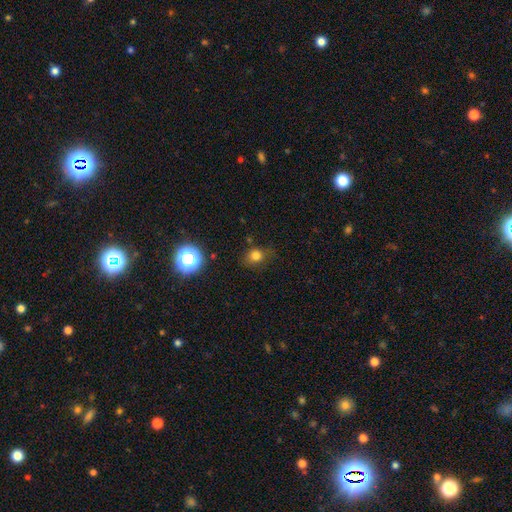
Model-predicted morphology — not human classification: A smooth galaxy with no disk features (77%) that is round (71%). Merging: none (74%).